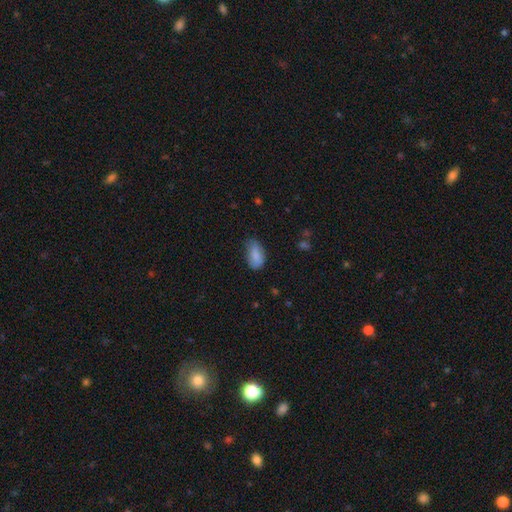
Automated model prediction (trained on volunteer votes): A smooth galaxy with no disk features (83%) that is in between round and cigar-shaped (92%). Merging: none (58%).